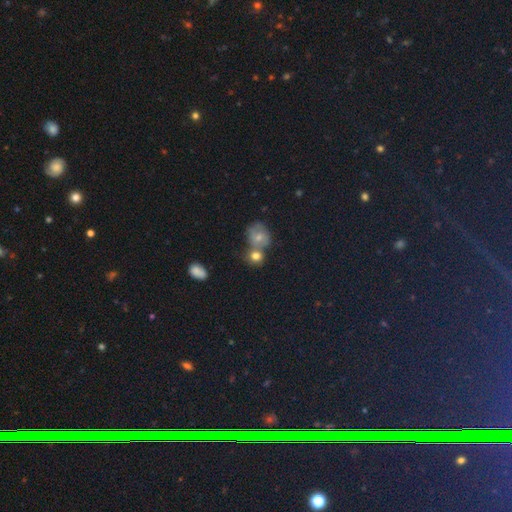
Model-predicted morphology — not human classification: type=smooth (74%); roundness=round (75%); merging=none (45%).